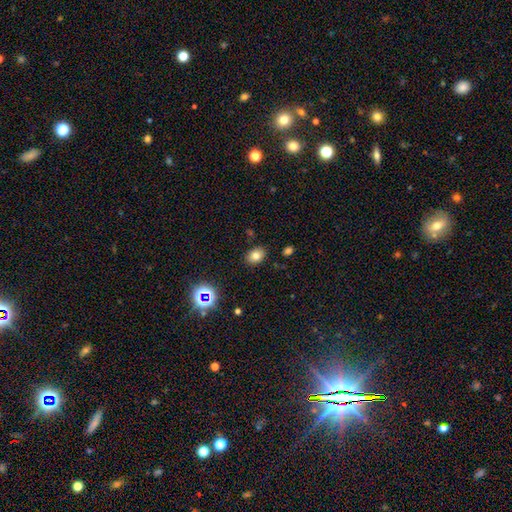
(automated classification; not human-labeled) smooth-or-featured: smooth: 76% | star or artifact: 14% | featured or disk: 9%
  how-rounded: in between: 73% | round: 26% | cigar-shaped: 1%
  merging: none: 85% | minor disturbance: 10% | major disturbance: 3% | merger: 2%